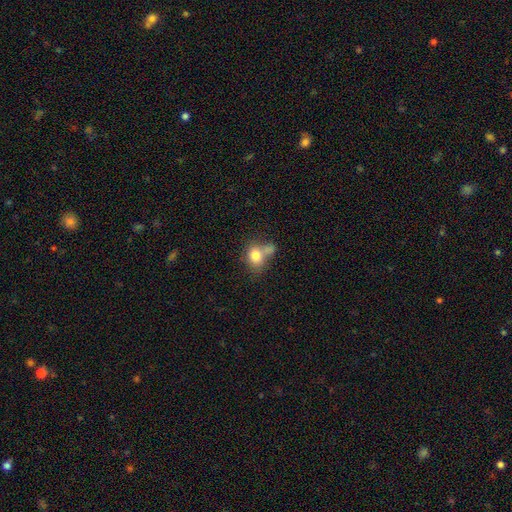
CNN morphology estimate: This is likely a smooth galaxy (78%). How rounded: possibly round (50%). Merging: marginally merger (36%, tied with none).